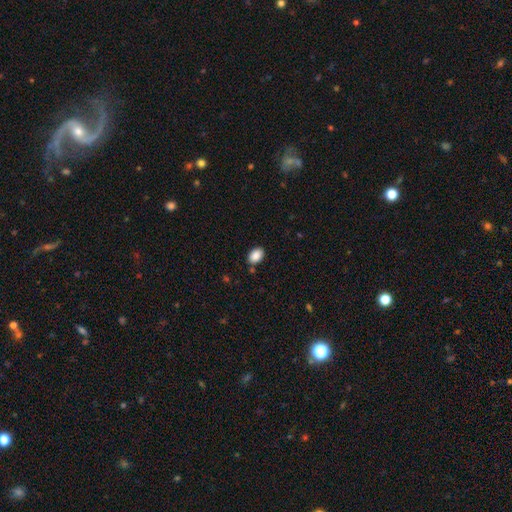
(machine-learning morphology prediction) smooth-or-featured: smooth: 89% | star or artifact: 8% | featured or disk: 4%
  how-rounded: in between: 86% | round: 13% | cigar-shaped: 1%
  merging: none: 84% | minor disturbance: 11% | merger: 3% | major disturbance: 2%